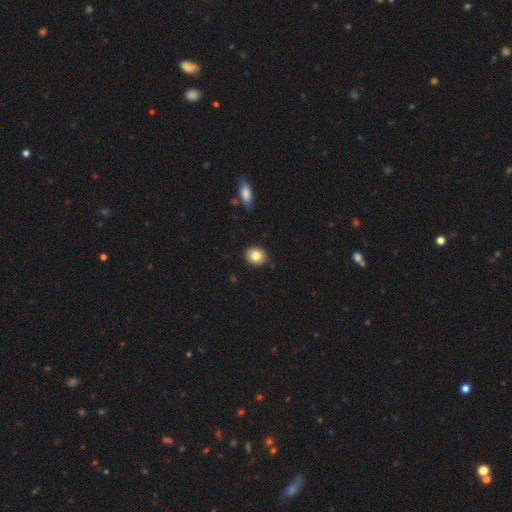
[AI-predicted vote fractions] Smooth or featured?
  - smooth: 82% *
  - featured or disk: 9%
  - star or artifact: 9%
How rounded?
  - round: 56% *
  - in between: 43%
  - cigar-shaped: 1%
Merging?
  - none: 89% *
  - minor disturbance: 8%
  - major disturbance: 2%
  - merger: 1%